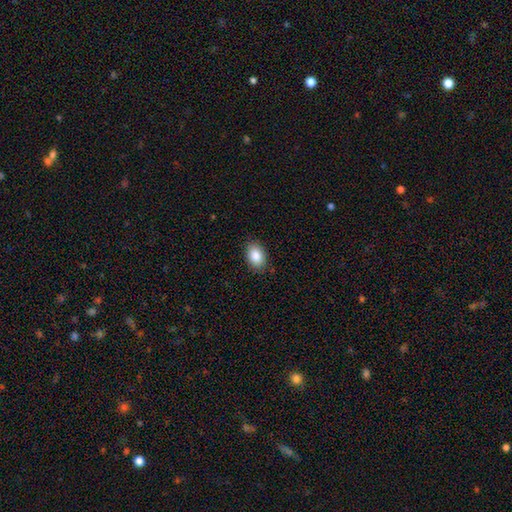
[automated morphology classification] A smooth galaxy with no disk features (86%) that is in between round and cigar-shaped (86%).

Vote fractions:
- Smooth or featured? smooth: 86% / star or artifact: 8% / featured or disk: 6%
- How rounded? in between: 86% / round: 13% / cigar-shaped: 1%
- Merging? none: 86% / minor disturbance: 11% / major disturbance: 2% / merger: 1%